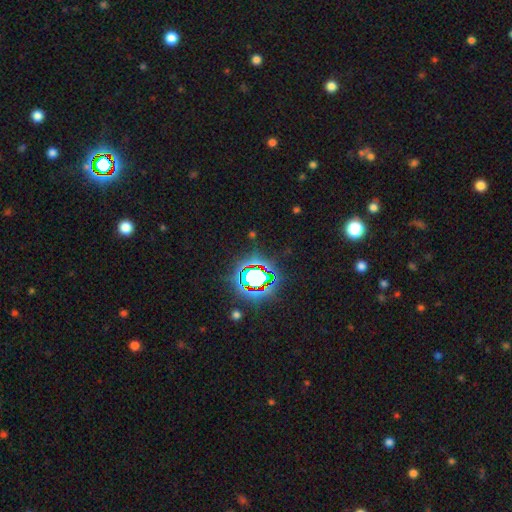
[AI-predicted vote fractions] Smooth or featured? Predicted: star or artifact (p=0.81).